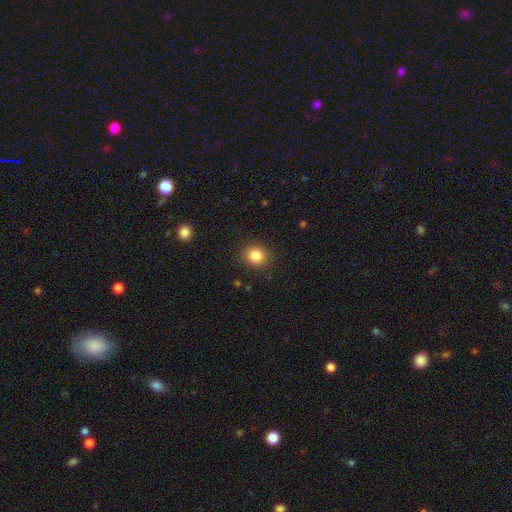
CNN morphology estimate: Smooth or featured? smooth (84%)
How rounded? round (83%)
Merging? none (89%)